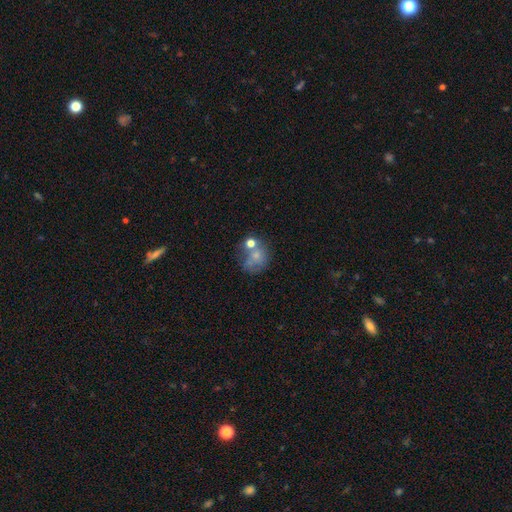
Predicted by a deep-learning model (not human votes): A smooth galaxy with no disk features (58%) that is round (69%).

Vote fractions:
- Smooth or featured? smooth: 58% / featured or disk: 28% / star or artifact: 14%
- How rounded? round: 69% / in between: 30% / cigar-shaped: 1%
- Merging? none: 37% / merger: 32% / minor disturbance: 16% / major disturbance: 15%